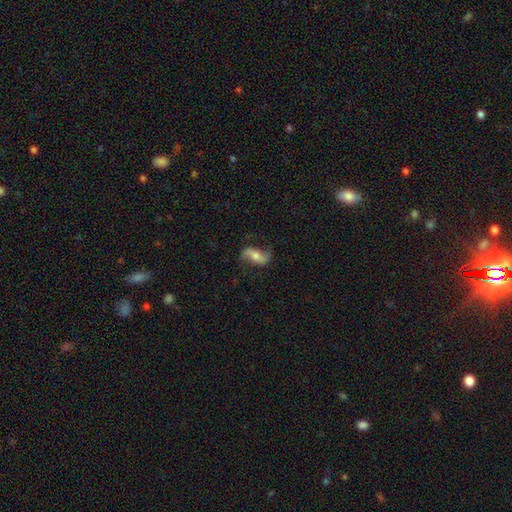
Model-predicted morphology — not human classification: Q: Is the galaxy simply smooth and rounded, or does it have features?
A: featured or disk — 71%.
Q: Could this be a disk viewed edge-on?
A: no — 92%.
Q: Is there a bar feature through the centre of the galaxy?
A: no — 39%.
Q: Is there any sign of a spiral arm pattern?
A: yes — 91%.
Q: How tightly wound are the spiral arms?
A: loose — 76%.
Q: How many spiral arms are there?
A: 2 — 92%.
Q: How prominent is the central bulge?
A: moderate — 60%.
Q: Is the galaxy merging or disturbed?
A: none — 75%.